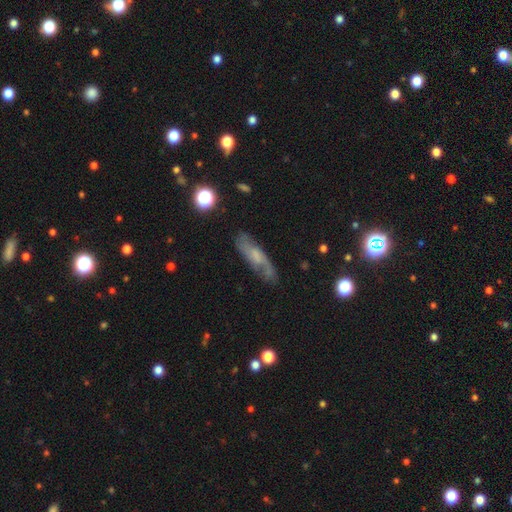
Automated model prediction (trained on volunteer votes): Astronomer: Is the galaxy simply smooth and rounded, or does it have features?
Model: featured or disk — 60%.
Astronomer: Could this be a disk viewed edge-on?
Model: no — 73%.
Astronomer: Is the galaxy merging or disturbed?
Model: none — 71%.